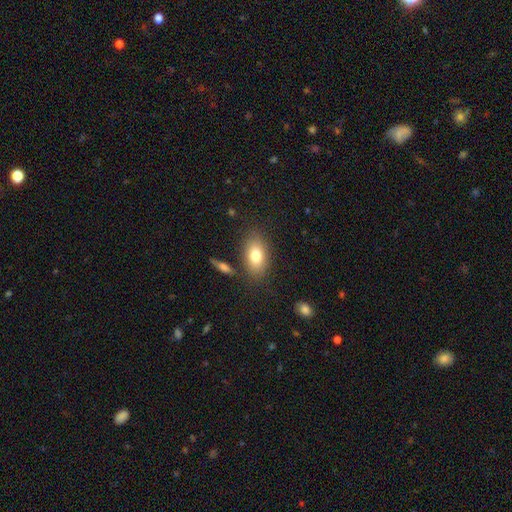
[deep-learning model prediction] Morphology: type=smooth (79%); roundness=in between (88%); merging=none (80%).